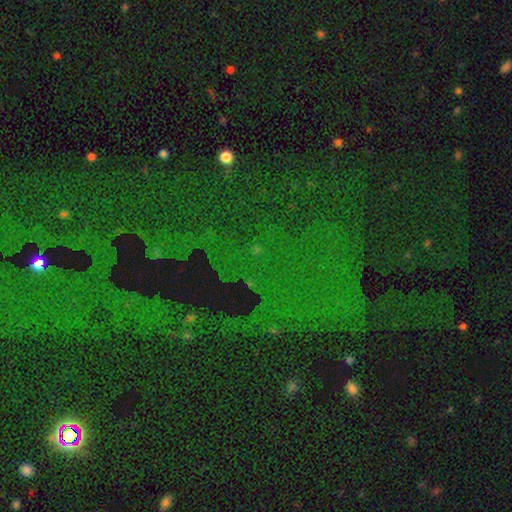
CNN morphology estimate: A star or artifact, not a galaxy (78%).

Vote fractions:
- Smooth or featured? star or artifact: 78% / smooth: 12% / featured or disk: 10%